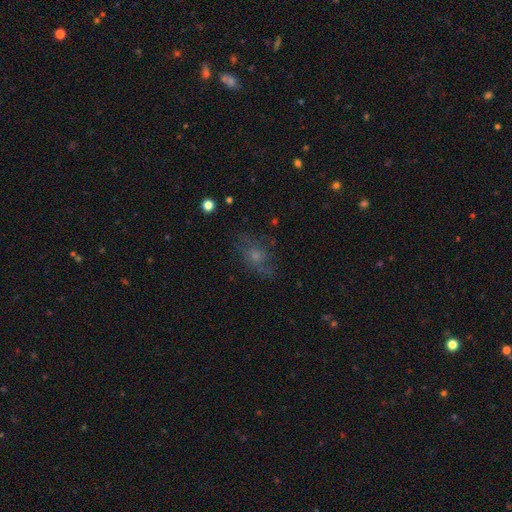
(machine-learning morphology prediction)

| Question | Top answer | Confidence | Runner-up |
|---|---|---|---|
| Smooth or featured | featured or disk | 41% | smooth (40%) |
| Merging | none | 63% | minor disturbance (20%) |